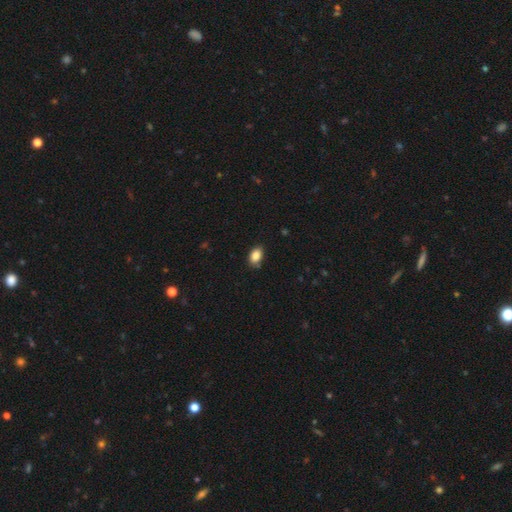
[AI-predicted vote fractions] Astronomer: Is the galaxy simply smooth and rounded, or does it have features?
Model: smooth — 87%.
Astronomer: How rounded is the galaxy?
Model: in between — 85%.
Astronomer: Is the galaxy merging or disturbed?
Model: none — 81%.